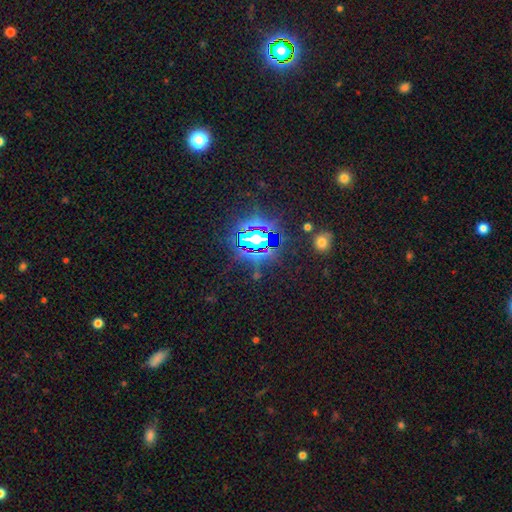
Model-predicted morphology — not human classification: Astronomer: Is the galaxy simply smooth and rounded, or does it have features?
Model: star or artifact — 82%.